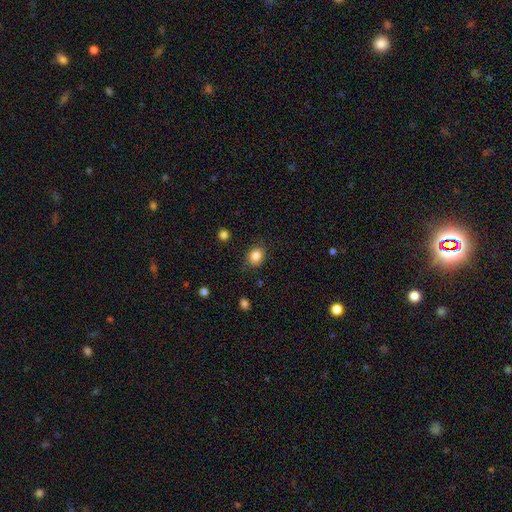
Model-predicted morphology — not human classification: The model was most divided on "how rounded": round: 50%, in between: 49%, cigar-shaped: 1%. More confident: smooth or featured — smooth (85%); merging — none (80%).